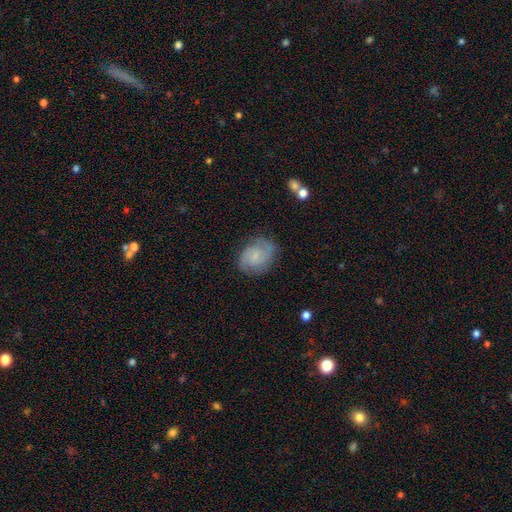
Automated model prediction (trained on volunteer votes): featured or disk 64%, smooth 29%, star or artifact 8%. Down the decision tree: edge-on disk — no (98%); bar — no (49%); spiral arms — yes (92%); spiral arm count — 2 (70%); spiral winding — tight (43%, tied with medium); bulge size — small (60%); merging — none (77%).